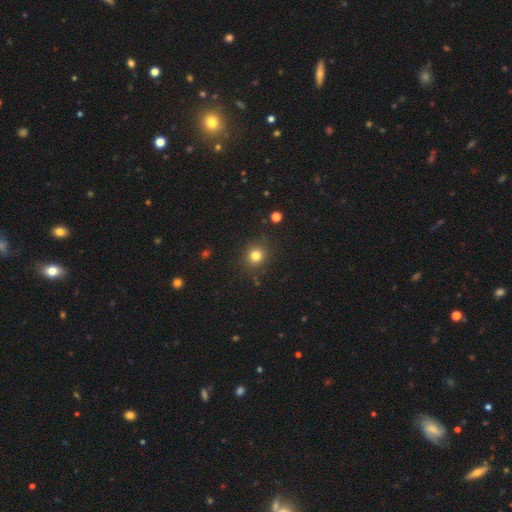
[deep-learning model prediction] This is clearly a smooth galaxy (80%). How rounded: clearly round (86%). Merging: clearly none (88%).